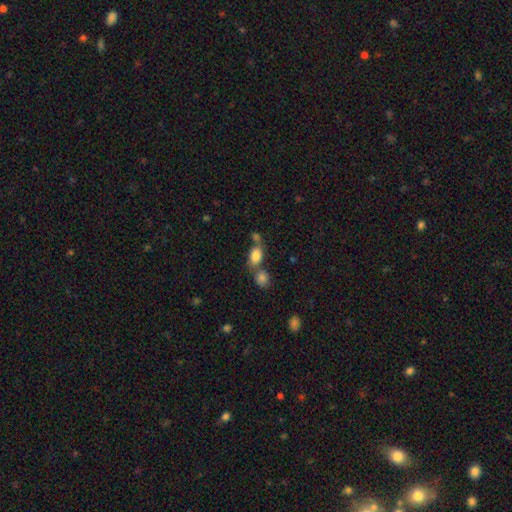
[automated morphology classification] Smooth or featured: smooth — 82% (star or artifact — 10%)
How rounded: in between — 82% (round — 15%)
Merging: none — 45% (merger — 38%)